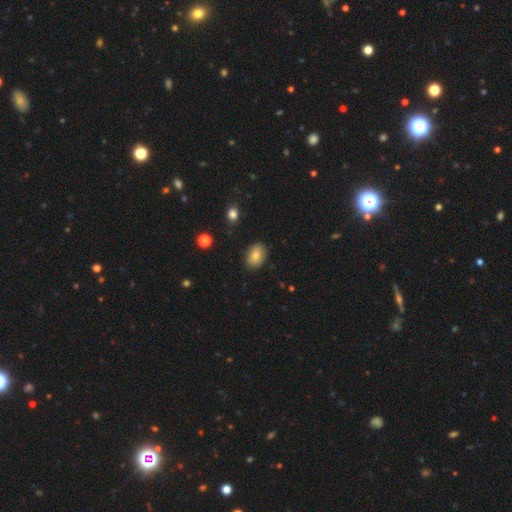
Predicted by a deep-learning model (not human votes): smooth_or_featured: smooth (p=0.80) [alt: featured or disk p=0.11]
how_rounded: in between (p=0.83) [alt: round p=0.16]
merging: none (p=0.84) [alt: minor disturbance p=0.12]